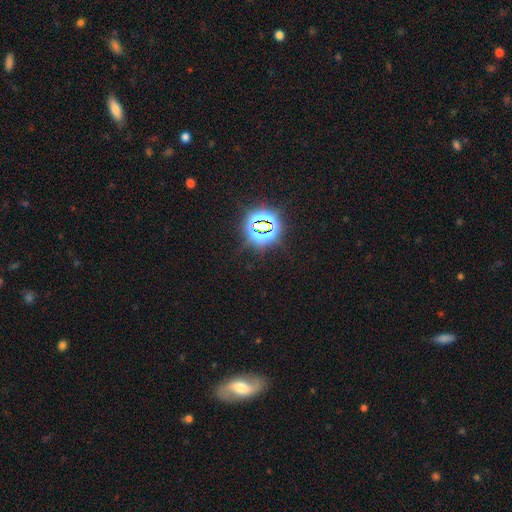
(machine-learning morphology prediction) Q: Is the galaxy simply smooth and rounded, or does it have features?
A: star or artifact — 58%.